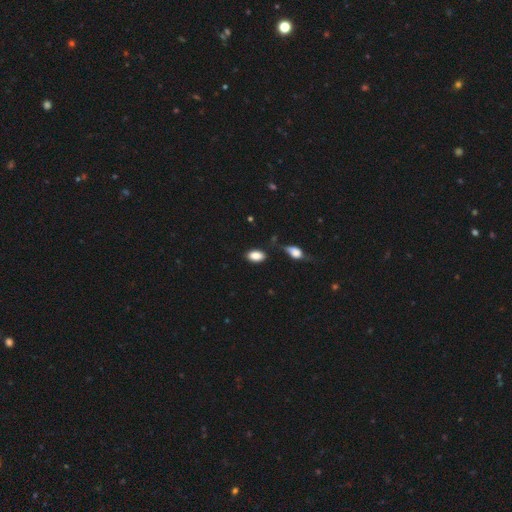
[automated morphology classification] Overall: smooth (86%). How rounded: in between (91%). Merging: none (72%).